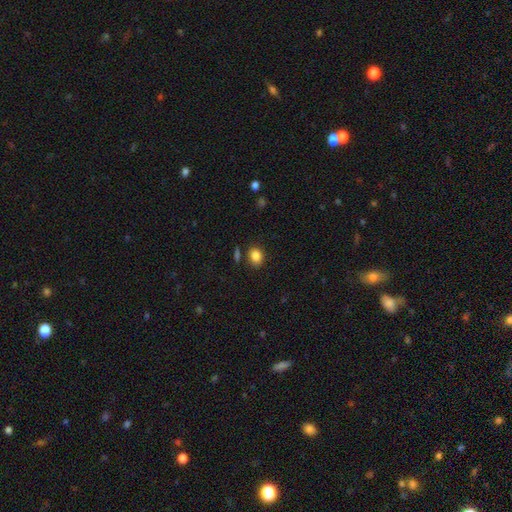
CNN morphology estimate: This appears to be a smooth galaxy with no disk features (85%) that is in between round and cigar-shaped (54%). Merging: none (82%).